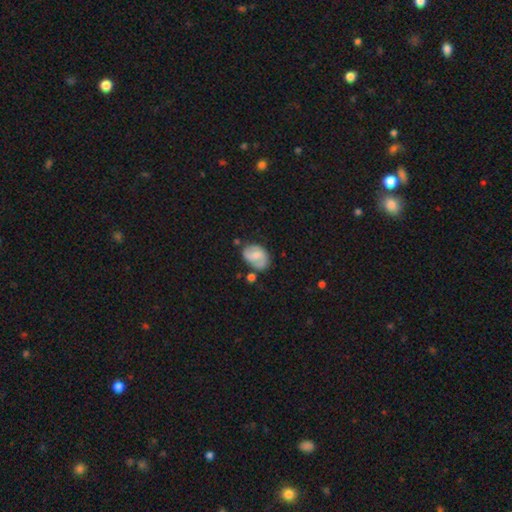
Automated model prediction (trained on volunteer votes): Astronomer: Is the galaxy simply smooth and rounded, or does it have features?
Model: featured or disk — 49% (runner-up: smooth, 43%).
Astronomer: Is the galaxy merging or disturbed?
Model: none — 57%.